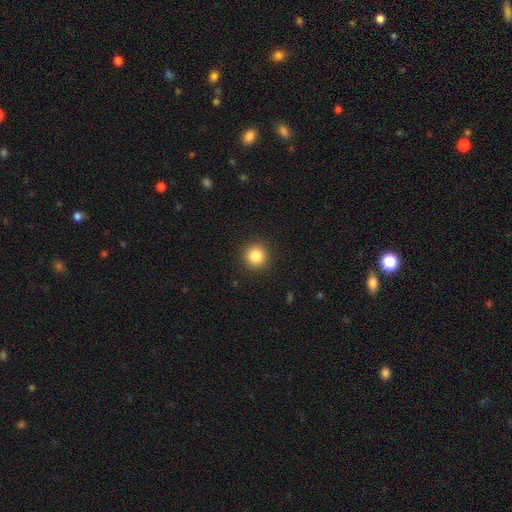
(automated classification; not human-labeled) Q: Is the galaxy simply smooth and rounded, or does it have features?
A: smooth — 85%.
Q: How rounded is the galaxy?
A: round — 94%.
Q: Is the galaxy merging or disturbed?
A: none — 92%.